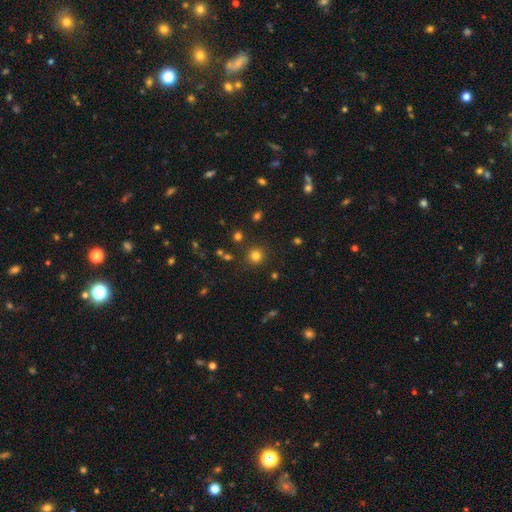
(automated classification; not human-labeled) Smooth or featured?
  - smooth: 77% *
  - star or artifact: 17%
  - featured or disk: 6%
How rounded?
  - round: 94% *
  - in between: 5%
  - cigar-shaped: 1%
Merging?
  - none: 88% *
  - minor disturbance: 6%
  - merger: 3%
  - major disturbance: 3%